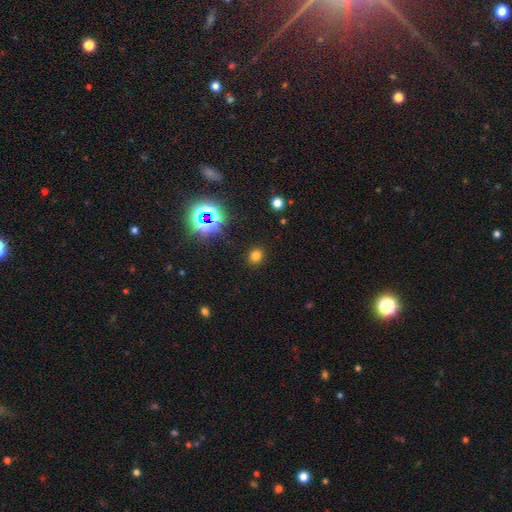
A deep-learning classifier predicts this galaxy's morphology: The model was most divided on "smooth or featured": smooth: 71%, star or artifact: 23%, featured or disk: 6%. More confident: merging — none (89%); how rounded — round (75%).